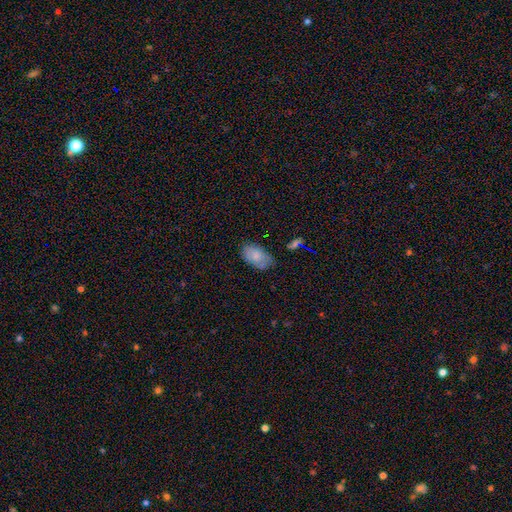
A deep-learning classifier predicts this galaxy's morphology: Smooth or featured? Predicted: smooth (p=0.79). How rounded? Predicted: in between (p=0.93). Merging? Predicted: none (p=0.68).